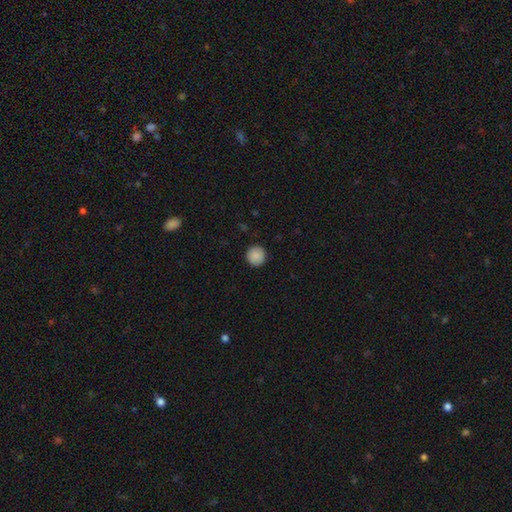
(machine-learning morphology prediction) This appears to be a smooth galaxy with no disk features (89%) that is round (95%). Merging: none (92%).